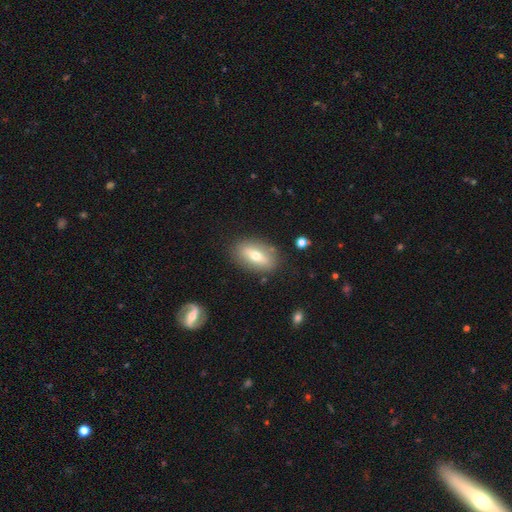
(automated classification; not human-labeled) The model was most divided on "smooth or featured": smooth: 55%, featured or disk: 37%, star or artifact: 7%. More confident: merging — none (83%); how rounded — in between (82%).